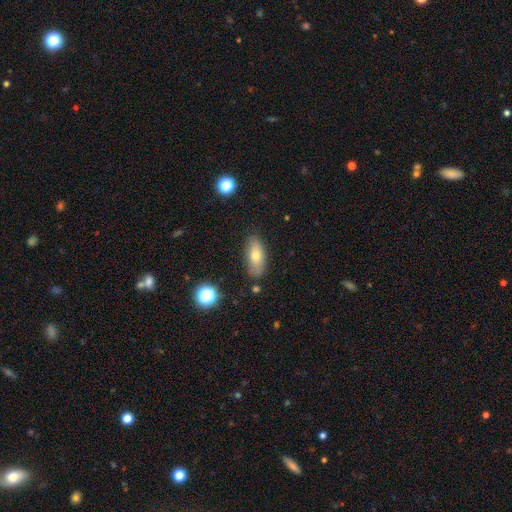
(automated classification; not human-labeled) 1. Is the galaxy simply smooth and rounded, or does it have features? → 68% smooth, 24% featured or disk, 9% star or artifact.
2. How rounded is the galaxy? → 77% in between, 18% cigar-shaped, 5% round.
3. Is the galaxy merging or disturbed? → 82% none, 13% minor disturbance, 3% major disturbance, 2% merger.